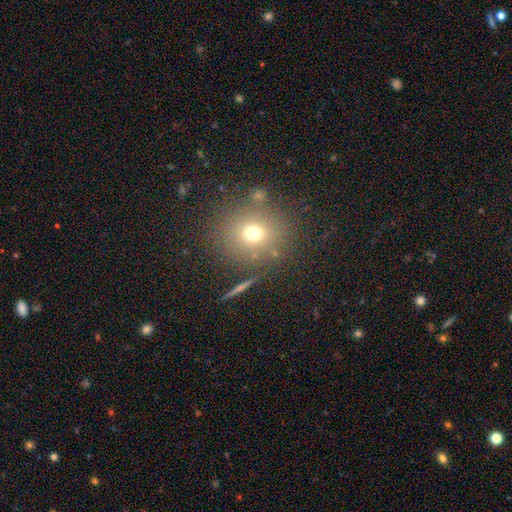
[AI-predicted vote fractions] A smooth galaxy with no disk features (61%) that is round (84%).

Vote fractions:
- Smooth or featured? smooth: 61% / star or artifact: 28% / featured or disk: 11%
- How rounded? round: 84% / in between: 15% / cigar-shaped: 1%
- Merging? none: 81% / minor disturbance: 9% / merger: 6% / major disturbance: 4%